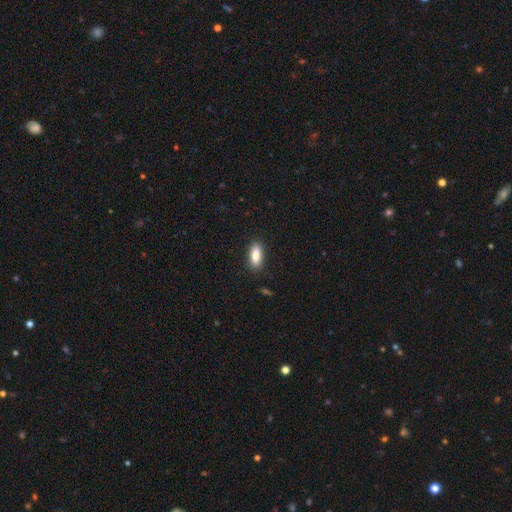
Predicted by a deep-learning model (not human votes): Smooth or featured? Predicted: smooth (p=0.84). How rounded? Predicted: in between (p=0.76). Merging? Predicted: none (p=0.86).